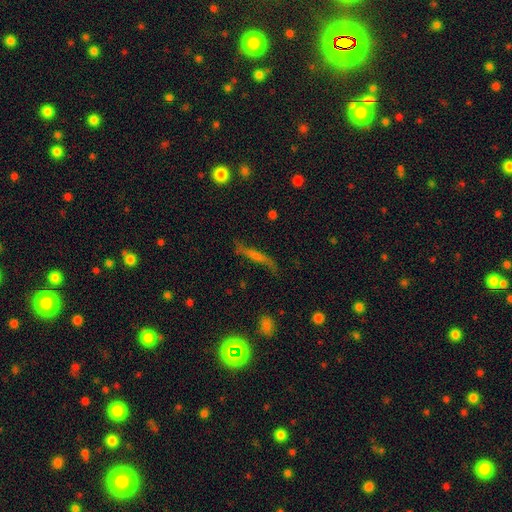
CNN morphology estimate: The model was most divided on "smooth or featured": featured or disk: 47%, smooth: 38%, star or artifact: 15%. More confident: merging — none (69%).